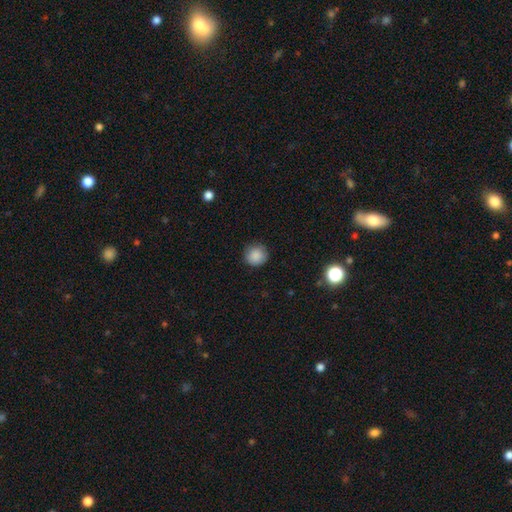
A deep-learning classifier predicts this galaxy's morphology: smooth_or_featured: smooth (p=0.87) [alt: star or artifact p=0.09]
how_rounded: round (p=0.93) [alt: in between p=0.06]
merging: none (p=0.86) [alt: minor disturbance p=0.10]